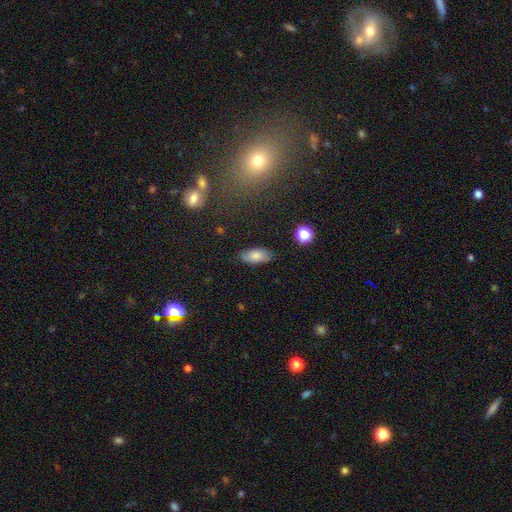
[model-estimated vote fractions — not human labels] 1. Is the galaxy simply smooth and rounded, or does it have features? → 75% smooth, 16% featured or disk, 8% star or artifact.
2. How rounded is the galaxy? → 91% in between, 6% cigar-shaped, 3% round.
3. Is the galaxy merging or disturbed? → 80% none, 15% minor disturbance, 3% major disturbance, 2% merger.